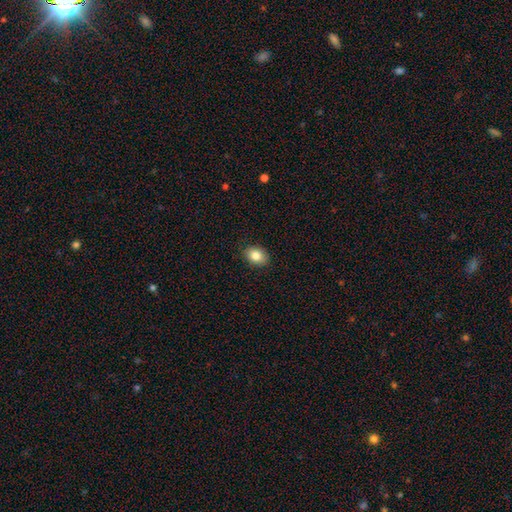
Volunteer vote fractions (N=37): A smooth galaxy with no disk features (86%) that is in between round and cigar-shaped (72%). Merging: none (94%).